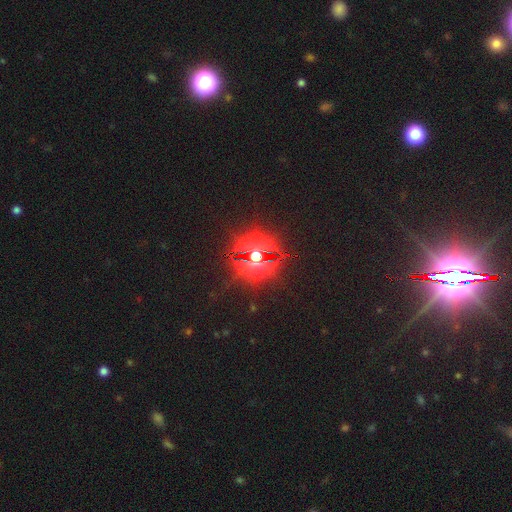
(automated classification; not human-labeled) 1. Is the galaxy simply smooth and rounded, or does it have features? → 71% star or artifact, 19% smooth, 10% featured or disk.